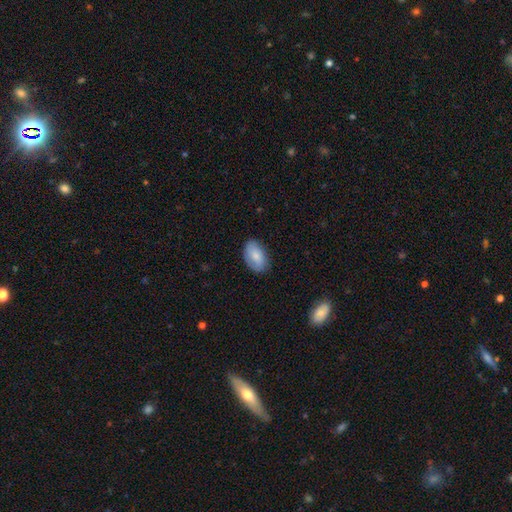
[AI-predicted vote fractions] Smooth or featured?
  - smooth: 80% *
  - featured or disk: 14%
  - star or artifact: 6%
How rounded?
  - in between: 92% *
  - round: 6%
  - cigar-shaped: 1%
Merging?
  - none: 79% *
  - minor disturbance: 17%
  - major disturbance: 3%
  - merger: 1%